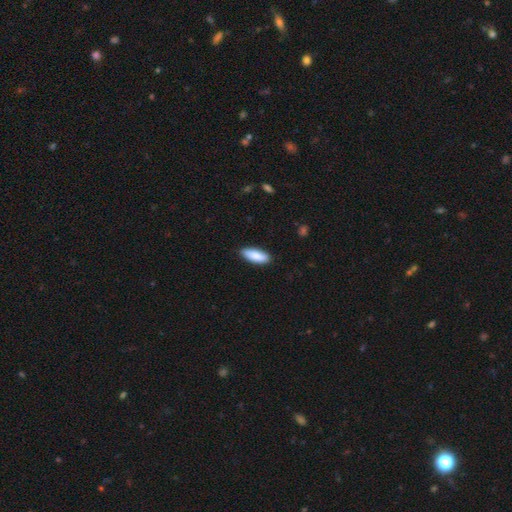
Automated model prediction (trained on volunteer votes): This appears to be a smooth galaxy with no disk features (88%) that is in between round and cigar-shaped (71%). Merging: none (87%).